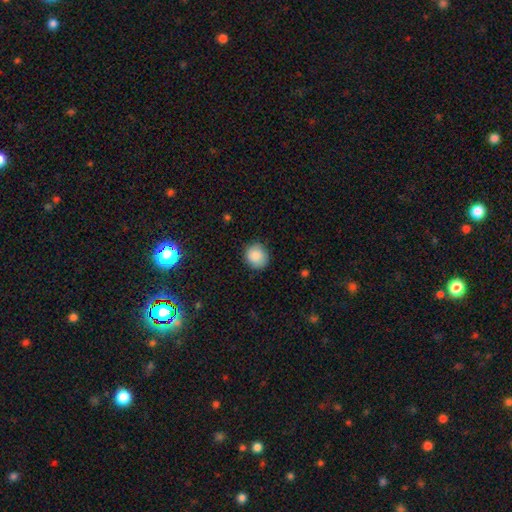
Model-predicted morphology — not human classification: This is clearly a smooth galaxy (88%). How rounded: clearly round (83%). Merging: clearly none (86%).